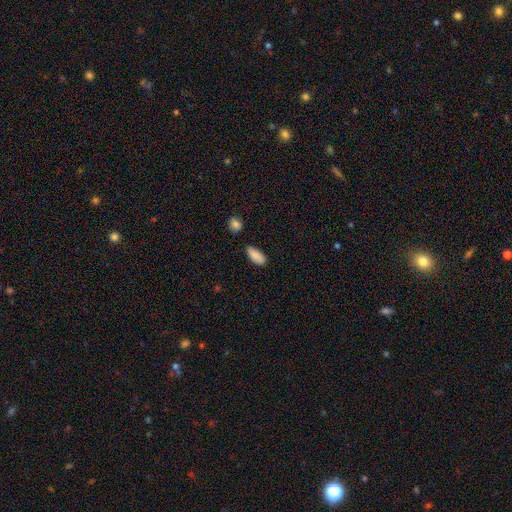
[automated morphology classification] smooth-or-featured: smooth: 87% | star or artifact: 7% | featured or disk: 6%
  how-rounded: in between: 88% | cigar-shaped: 10% | round: 2%
  merging: none: 73% | minor disturbance: 20% | merger: 4% | major disturbance: 3%